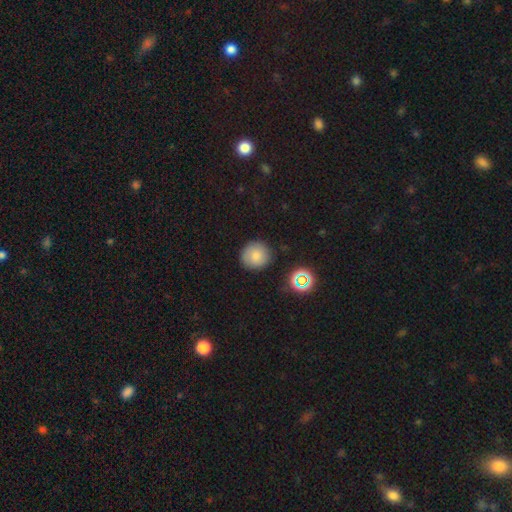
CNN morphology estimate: smooth-or-featured: smooth: 80% | star or artifact: 12% | featured or disk: 8%
  how-rounded: round: 93% | in between: 6% | cigar-shaped: 1%
  merging: none: 86% | minor disturbance: 9% | major disturbance: 2% | merger: 2%